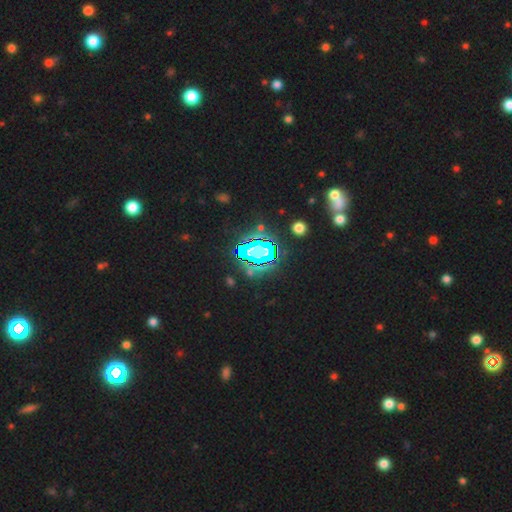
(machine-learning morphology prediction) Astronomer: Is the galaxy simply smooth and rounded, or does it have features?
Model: star or artifact — 79%.